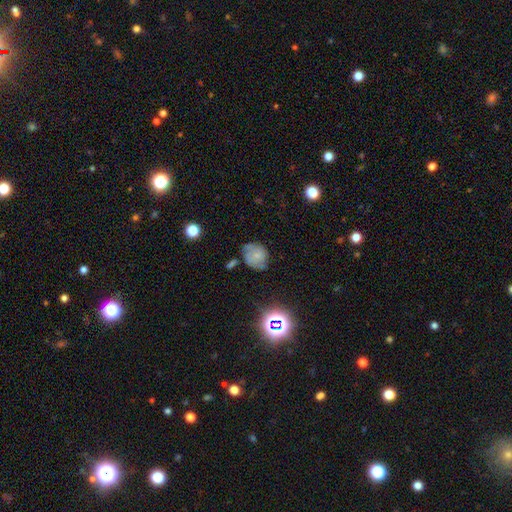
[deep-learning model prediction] Q: Smooth or featured?
A: smooth (52%); runner-up: featured or disk (35%)
Q: How rounded?
A: round (61%); runner-up: in between (38%)
Q: Merging?
A: none (54%); runner-up: minor disturbance (30%)